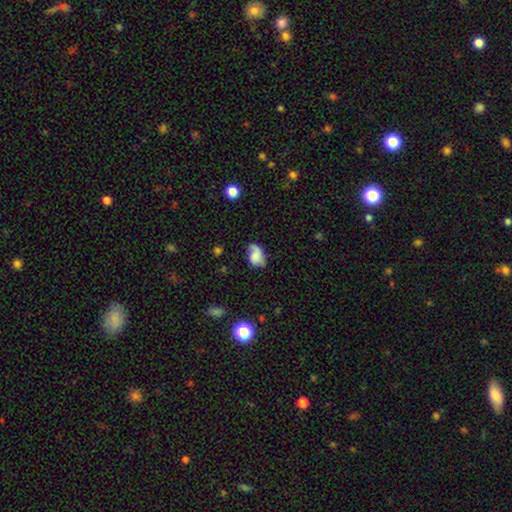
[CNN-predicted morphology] The model was most divided on "merging": none: 44%, minor disturbance: 33%, major disturbance: 19%, merger: 4%. More confident: how rounded — in between (80%); smooth or featured — smooth (55%).